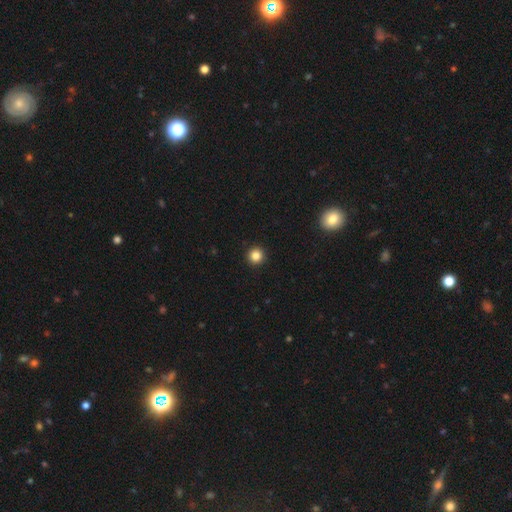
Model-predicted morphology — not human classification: type=smooth (84%); roundness=round (96%); merging=none (94%).